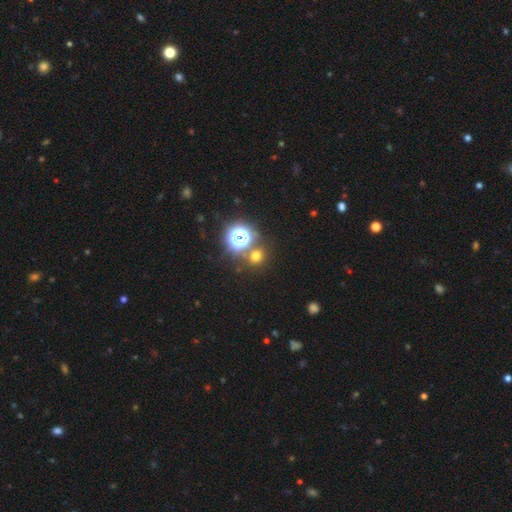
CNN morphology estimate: Smooth or featured? Predicted: smooth (p=0.62). How rounded? Predicted: round (p=0.84). Merging? Predicted: none (p=0.75).